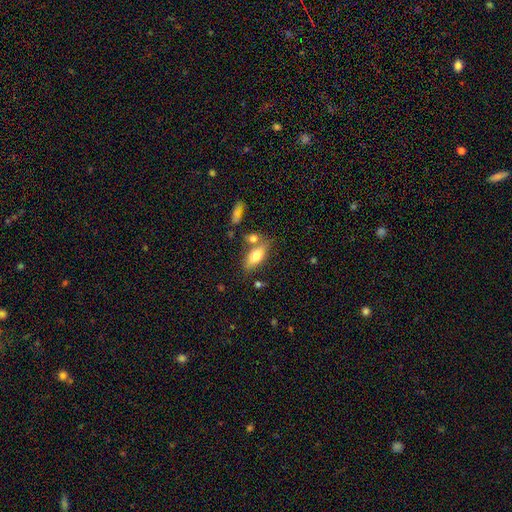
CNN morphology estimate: Smooth or featured? smooth (74%)
How rounded? in between (80%)
Merging? none (64%)